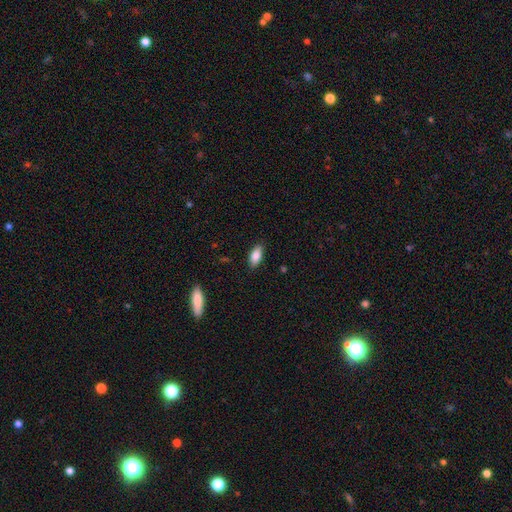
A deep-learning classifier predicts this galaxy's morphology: A smooth galaxy with no disk features (86%) that is in between round and cigar-shaped (87%).

Vote fractions:
- Smooth or featured? smooth: 86% / featured or disk: 7% / star or artifact: 7%
- How rounded? in between: 87% / cigar-shaped: 11% / round: 2%
- Merging? none: 87% / minor disturbance: 10% / major disturbance: 2% / merger: 1%